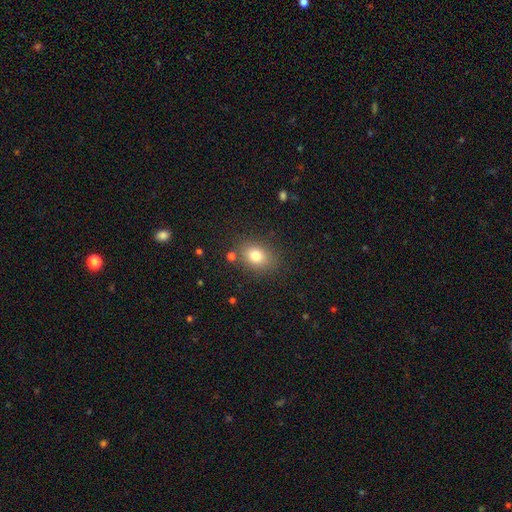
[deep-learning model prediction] smooth 78%, star or artifact 11%, featured or disk 10%. Down the decision tree: how rounded — in between (64%); merging — none (80%).